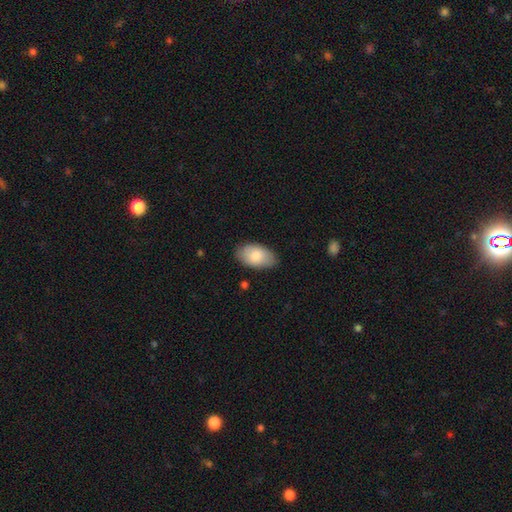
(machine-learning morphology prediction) smooth-or-featured: smooth: 81% | featured or disk: 14% | star or artifact: 6%
  how-rounded: in between: 94% | round: 4% | cigar-shaped: 1%
  merging: none: 79% | minor disturbance: 17% | major disturbance: 3% | merger: 1%